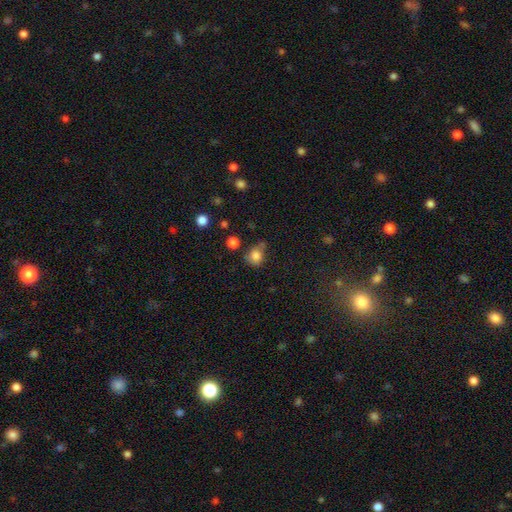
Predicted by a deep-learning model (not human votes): Overall: smooth (81%). How rounded: round (69%; in between 30%). Merging: none (58%; minor disturbance 25%).